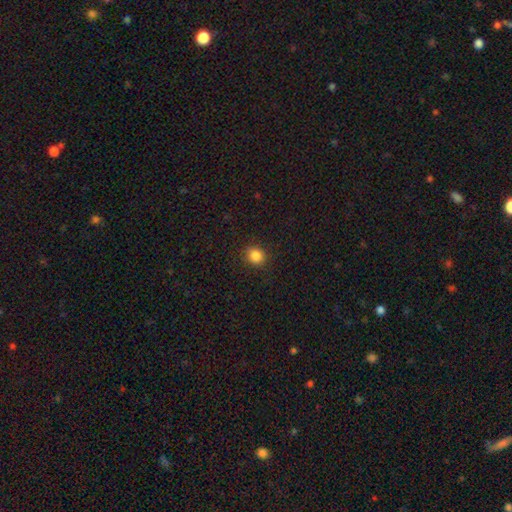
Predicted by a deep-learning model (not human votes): Smooth or featured? smooth (85%)
How rounded? round (77%)
Merging? none (89%)